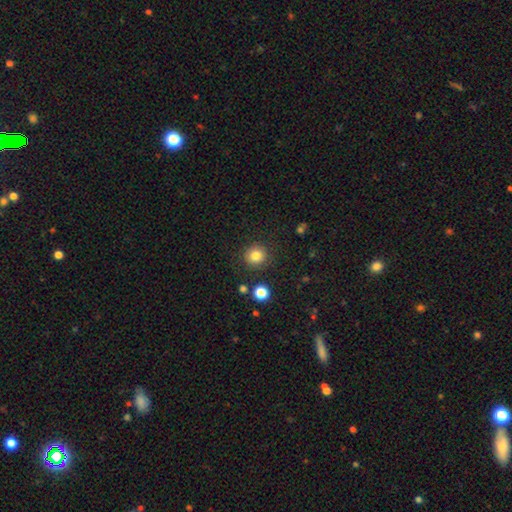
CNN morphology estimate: Smooth or featured?
  - smooth: 83% *
  - star or artifact: 11%
  - featured or disk: 6%
How rounded?
  - round: 91% *
  - in between: 8%
  - cigar-shaped: 1%
Merging?
  - none: 88% *
  - minor disturbance: 7%
  - major disturbance: 3%
  - merger: 2%